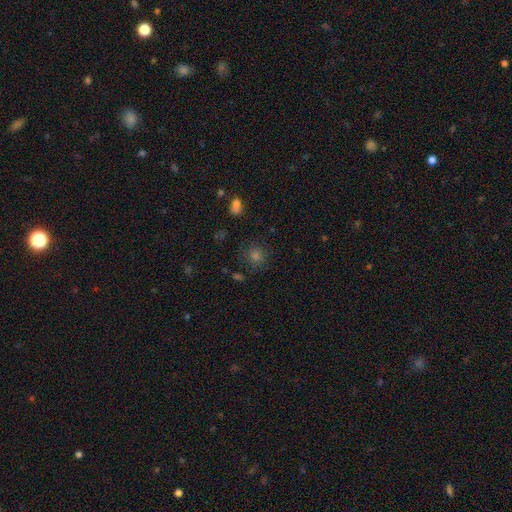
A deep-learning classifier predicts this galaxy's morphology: The model was most divided on "smooth or featured": smooth: 62%, star or artifact: 29%, featured or disk: 9%. More confident: how rounded — round (89%); merging — none (83%).